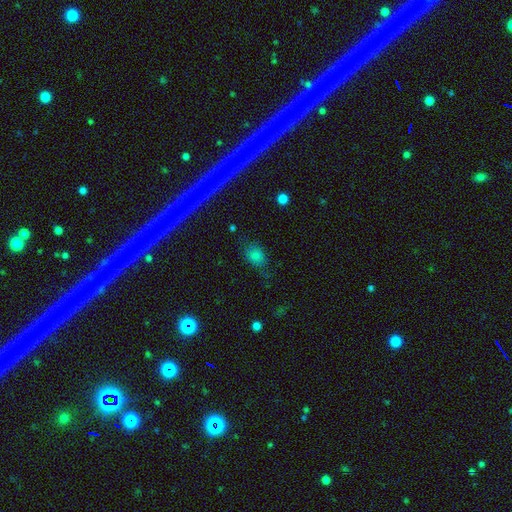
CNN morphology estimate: The model was most divided on "merging": none: 67%, minor disturbance: 23%, major disturbance: 8%, merger: 2%. More confident: smooth or featured — smooth (77%); how rounded — in between (75%).